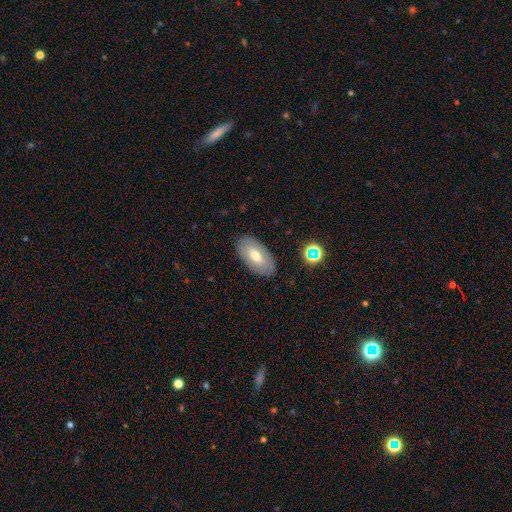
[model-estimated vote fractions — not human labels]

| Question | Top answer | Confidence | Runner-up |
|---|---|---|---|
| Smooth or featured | smooth | 60% | featured or disk (33%) |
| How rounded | in between | 94% | cigar-shaped (3%) |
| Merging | none | 85% | minor disturbance (11%) |